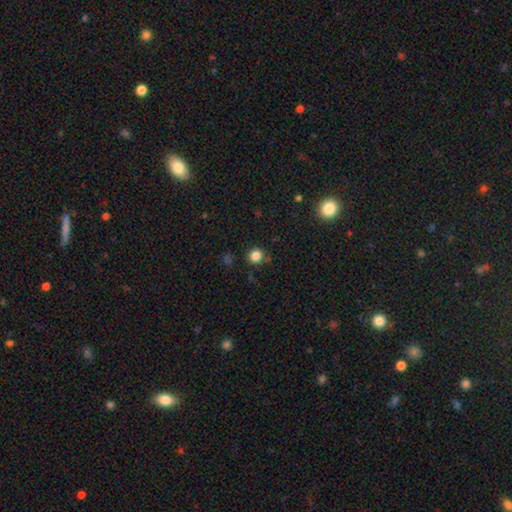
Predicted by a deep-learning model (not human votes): This appears to be a smooth galaxy with no disk features (83%) that is round (91%). Merging: none (86%).